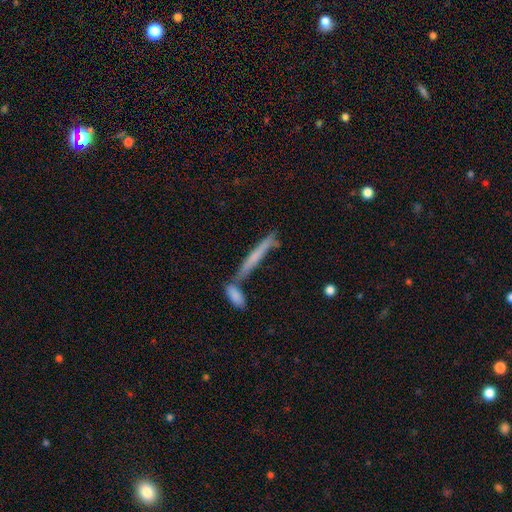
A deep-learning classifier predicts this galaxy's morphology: Smooth or featured? smooth (54%)
How rounded? cigar-shaped (93%)
Merging? none (59%)